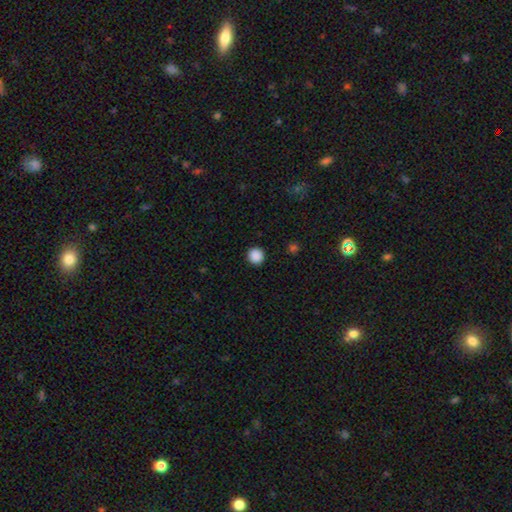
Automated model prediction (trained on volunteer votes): Overall: smooth (88%). How rounded: round (96%). Merging: none (93%).